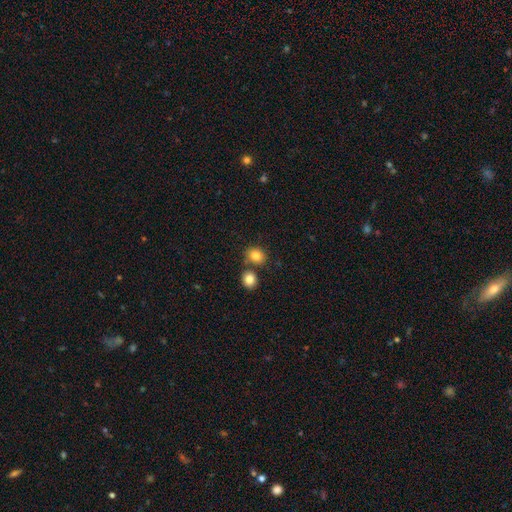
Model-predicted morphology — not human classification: This appears to be a smooth galaxy with no disk features (83%) that is round (69%). Merging: none (66%).